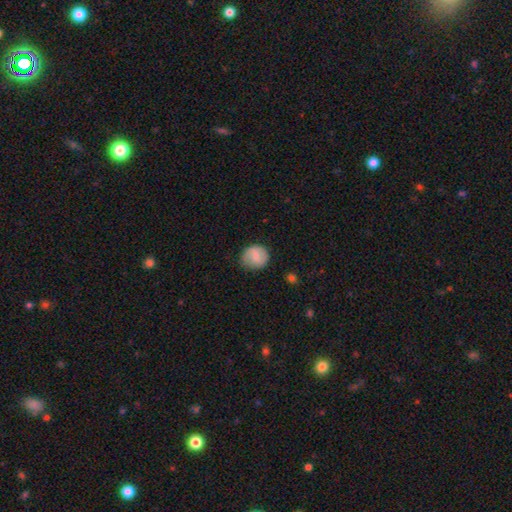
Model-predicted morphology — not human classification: type=smooth (79%); roundness=round (84%); merging=none (74%).